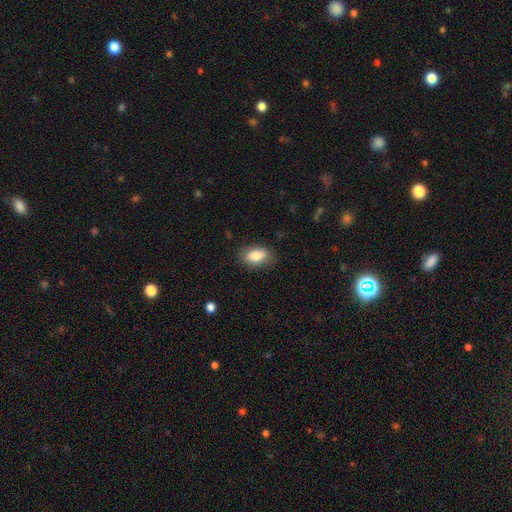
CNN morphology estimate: Smooth or featured? smooth (80%)
How rounded? in between (88%)
Merging? none (81%)